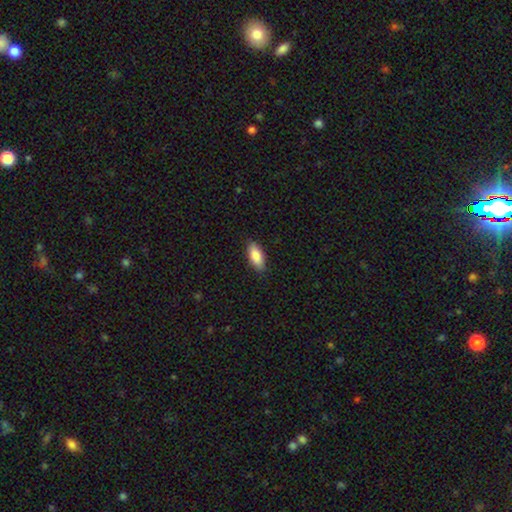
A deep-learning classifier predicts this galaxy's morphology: This appears to be a smooth galaxy with no disk features (87%) that is in between round and cigar-shaped (84%). Merging: none (87%).